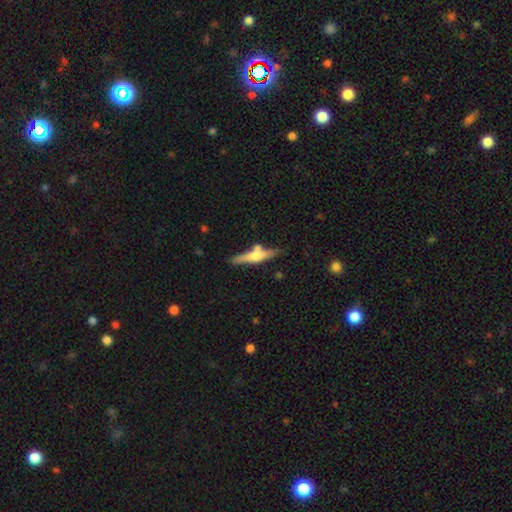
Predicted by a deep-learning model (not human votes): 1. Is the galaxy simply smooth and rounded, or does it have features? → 58% featured or disk, 36% smooth, 6% star or artifact.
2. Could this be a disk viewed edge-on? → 95% yes, 5% no.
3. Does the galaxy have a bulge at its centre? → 86% rounded, 8% boxy, 6% none.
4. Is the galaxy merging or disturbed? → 74% none, 13% minor disturbance, 10% merger, 3% major disturbance.